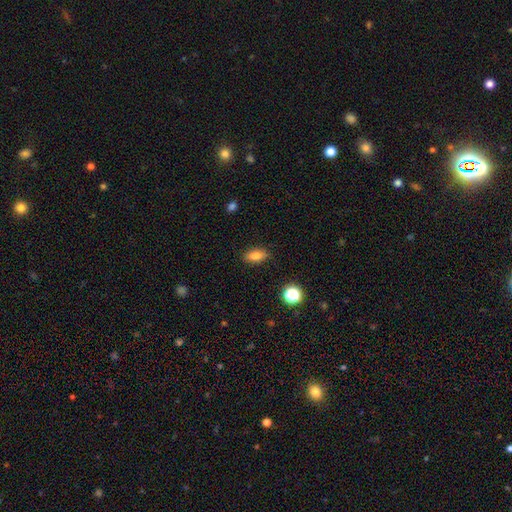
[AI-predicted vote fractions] smooth-or-featured: smooth: 82% | star or artifact: 10% | featured or disk: 8%
  how-rounded: in between: 81% | cigar-shaped: 12% | round: 7%
  merging: none: 87% | minor disturbance: 10% | major disturbance: 2% | merger: 1%